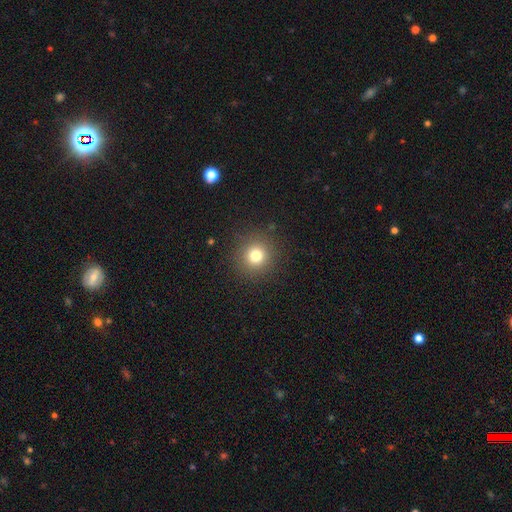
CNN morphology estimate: A smooth galaxy with no disk features (77%) that is round (94%).

Vote fractions:
- Smooth or featured? smooth: 77% / star or artifact: 15% / featured or disk: 8%
- How rounded? round: 94% / in between: 5% / cigar-shaped: 1%
- Merging? none: 90% / minor disturbance: 6% / major disturbance: 3% / merger: 1%